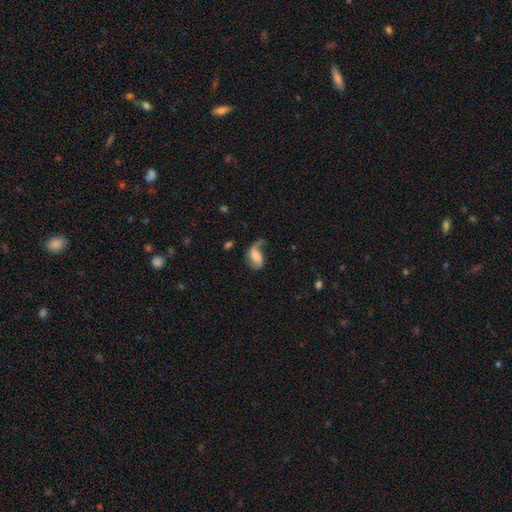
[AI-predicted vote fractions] This is likely a featured or disk galaxy (66%). It is clearly not viewed edge-on (96%). Bar: marginally weak (40%, tied with no). Spiral arm pattern: clearly yes (89%). Spiral arm count: likely 2 (65%). Spiral winding: likely loose (78%). Central bulge: marginally none (36%). Merging: marginally none (40%).